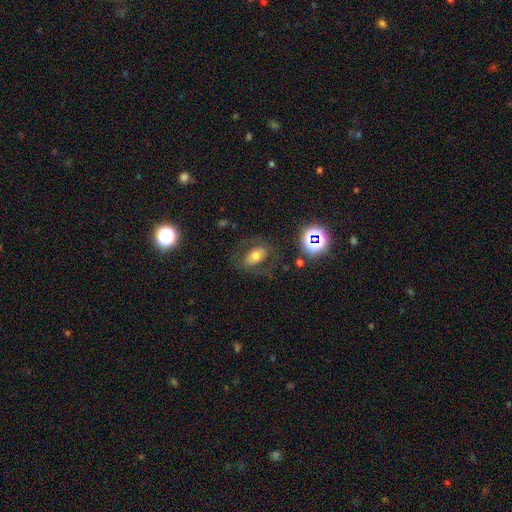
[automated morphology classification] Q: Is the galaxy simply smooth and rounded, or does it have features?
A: smooth — 51%.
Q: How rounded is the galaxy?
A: in between — 83%.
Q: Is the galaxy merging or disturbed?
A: none — 67%.